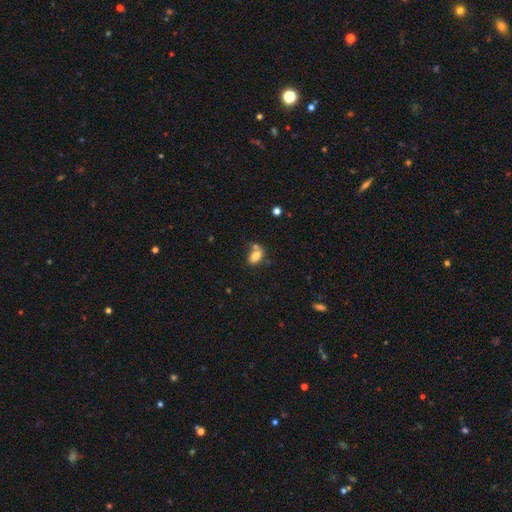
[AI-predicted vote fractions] Morphology: type=smooth (80%); roundness=in between (86%); merging=none (49%).